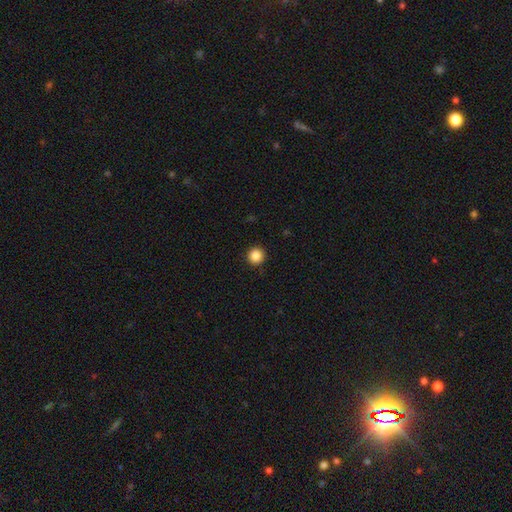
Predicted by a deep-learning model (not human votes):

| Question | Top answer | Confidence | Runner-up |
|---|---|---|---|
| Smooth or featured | smooth | 86% | star or artifact (10%) |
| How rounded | round | 96% | in between (3%) |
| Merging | none | 93% | minor disturbance (5%) |